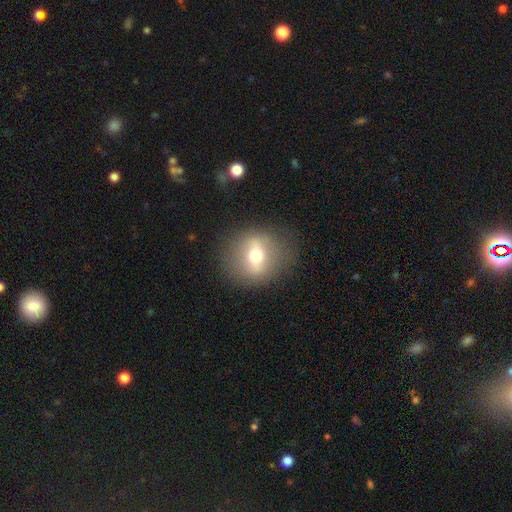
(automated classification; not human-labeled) Overall: smooth (45%, tied with featured or disk). Merging: none (83%).